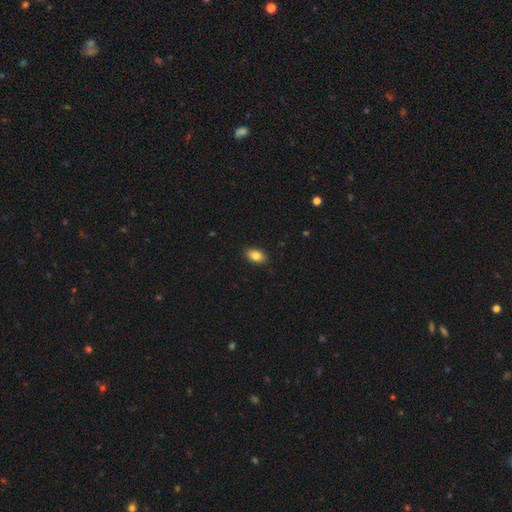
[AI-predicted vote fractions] A smooth galaxy with no disk features (84%) that is in between round and cigar-shaped (89%).

Vote fractions:
- Smooth or featured? smooth: 84% / star or artifact: 8% / featured or disk: 8%
- How rounded? in between: 89% / round: 9% / cigar-shaped: 2%
- Merging? none: 89% / minor disturbance: 8% / major disturbance: 2% / merger: 1%